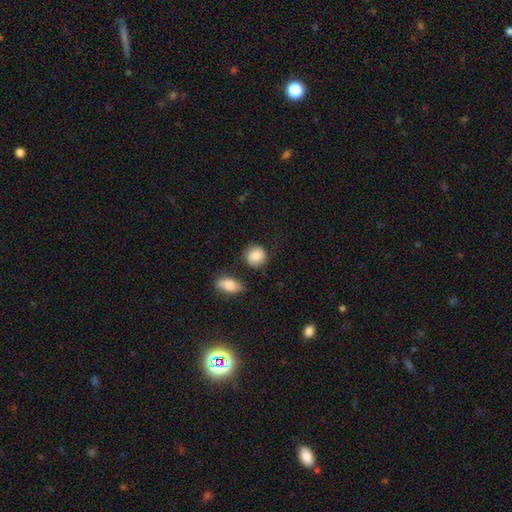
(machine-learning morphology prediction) A smooth galaxy with no disk features (80%) that is round (83%). Merging: none (75%).